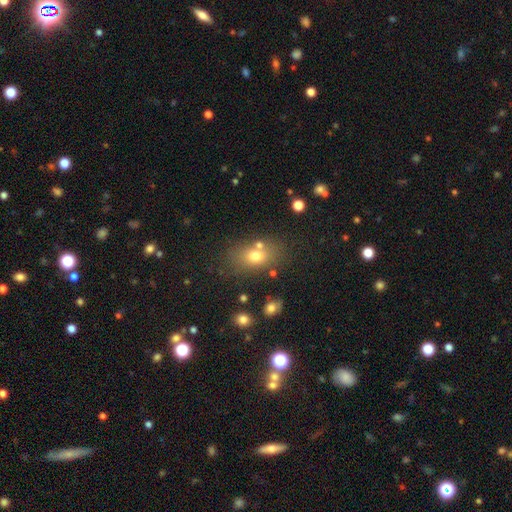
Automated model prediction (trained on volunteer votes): Smooth or featured?
  - smooth: 70% *
  - featured or disk: 15%
  - star or artifact: 14%
How rounded?
  - in between: 75% *
  - round: 23%
  - cigar-shaped: 2%
Merging?
  - none: 69% *
  - merger: 14%
  - minor disturbance: 13%
  - major disturbance: 5%